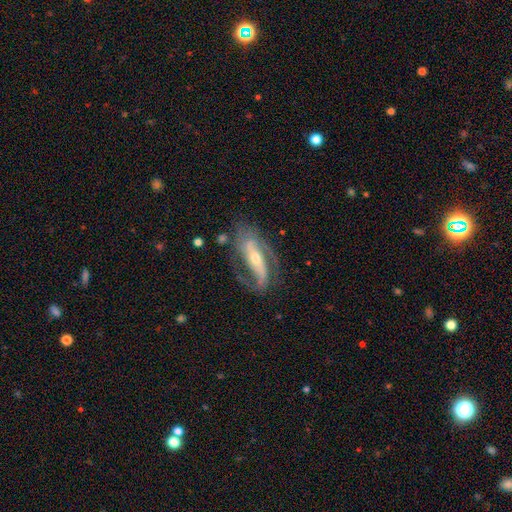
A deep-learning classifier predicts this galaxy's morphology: smooth-or-featured: featured or disk: 79% | smooth: 13% | star or artifact: 9%
  disk-edge-on: no: 82% | yes: 18%
    bar: strong: 36% | weak: 33% | no: 31%
    has-spiral-arms: yes: 87% | no: 13%
      spiral-winding: medium: 38% | loose: 36% | tight: 27%
      spiral-arm-count: 2: 64% | 1: 17% | can't tell: 14% | 3: 3% | 4: 1% | more than 4: 1%
    bulge-size: moderate: 48% | small: 47% | large: 2% | none: 2% | dominant: 1%
  merging: none: 61% | minor disturbance: 21% | major disturbance: 15% | merger: 3%